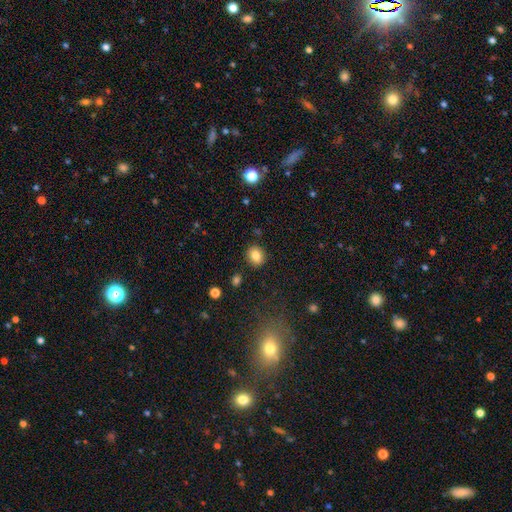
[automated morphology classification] Smooth or featured? smooth (83%)
How rounded? round (67%)
Merging? none (88%)